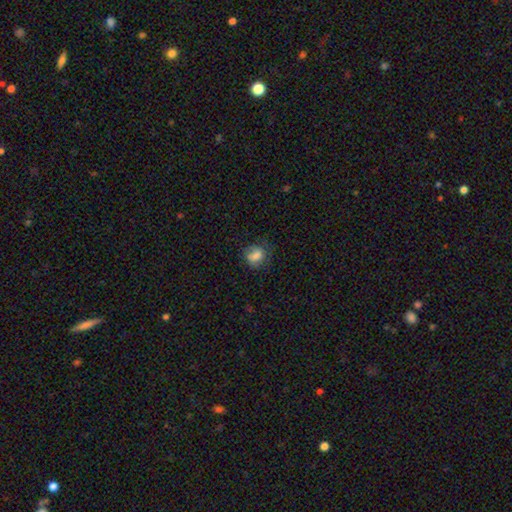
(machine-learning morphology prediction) Smooth or featured?
  - smooth: 74% *
  - featured or disk: 16%
  - star or artifact: 11%
How rounded?
  - round: 62% *
  - in between: 37%
  - cigar-shaped: 1%
Merging?
  - none: 59% *
  - minor disturbance: 26%
  - major disturbance: 12%
  - merger: 3%